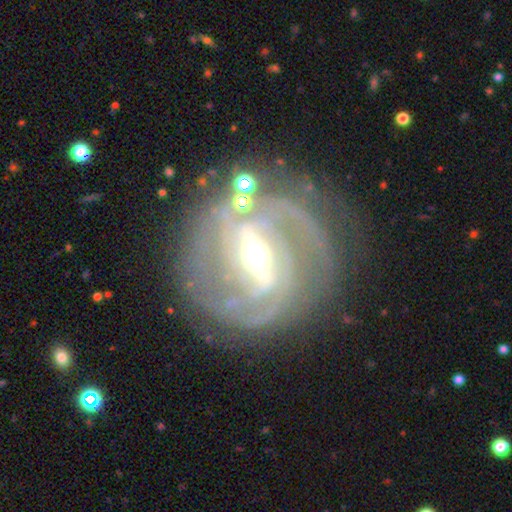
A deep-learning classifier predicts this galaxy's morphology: Smooth or featured: featured or disk — 89% (star or artifact — 6%)
Edge-on disk: no — 94% (yes — 6%)
Bar: strong — 68% (weak — 26%)
Spiral arms: yes — 94% (no — 6%)
Spiral winding: tight — 59% (medium — 32%)
Spiral arm count: 2 — 38% (3 — 22%)
Bulge size: moderate — 62% (small — 27%)
Merging: none — 76% (minor disturbance — 13%)